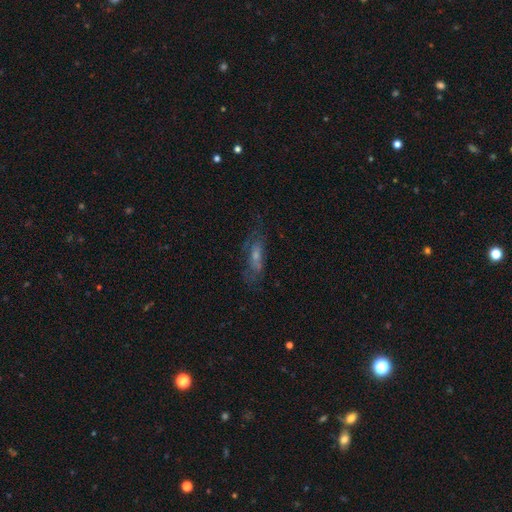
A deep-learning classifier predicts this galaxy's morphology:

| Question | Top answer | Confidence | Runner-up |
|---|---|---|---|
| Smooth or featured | featured or disk | 48% | smooth (35%) |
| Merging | none | 63% | minor disturbance (21%) |